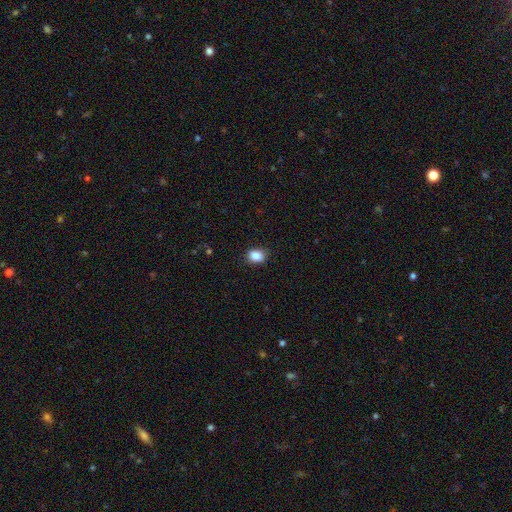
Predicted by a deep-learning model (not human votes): smooth_or_featured: smooth (p=0.87) [alt: star or artifact p=0.10]
how_rounded: in between (p=0.61) [alt: round p=0.38]
merging: none (p=0.83) [alt: minor disturbance p=0.14]